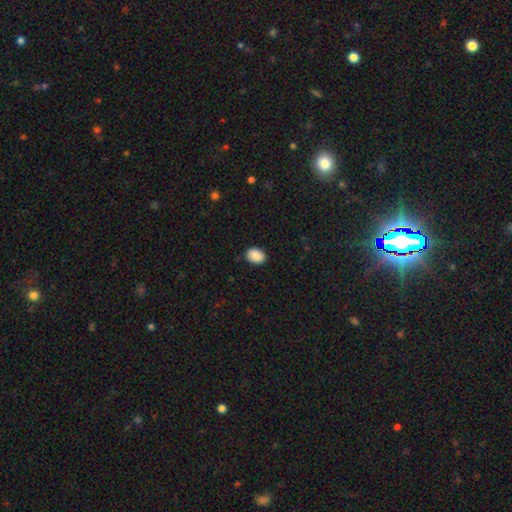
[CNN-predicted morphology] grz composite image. It shows a smooth galaxy with no disk features (89%) that is in between round and cigar-shaped (69%). Merging: none (88%).